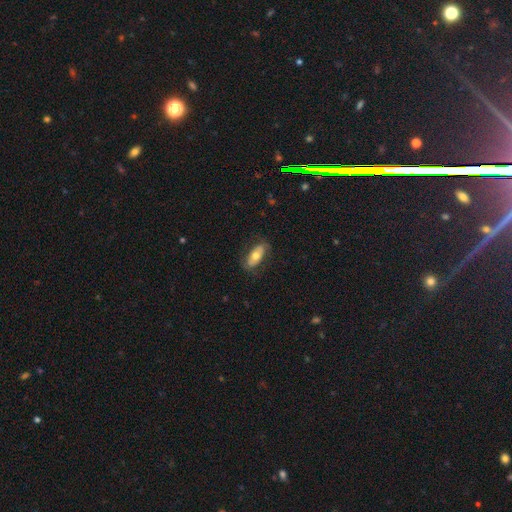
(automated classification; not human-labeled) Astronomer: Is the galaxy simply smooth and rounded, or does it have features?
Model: smooth — 58% (runner-up: featured or disk, 36%).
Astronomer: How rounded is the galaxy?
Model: in between — 83%.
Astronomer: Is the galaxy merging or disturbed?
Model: none — 77%.